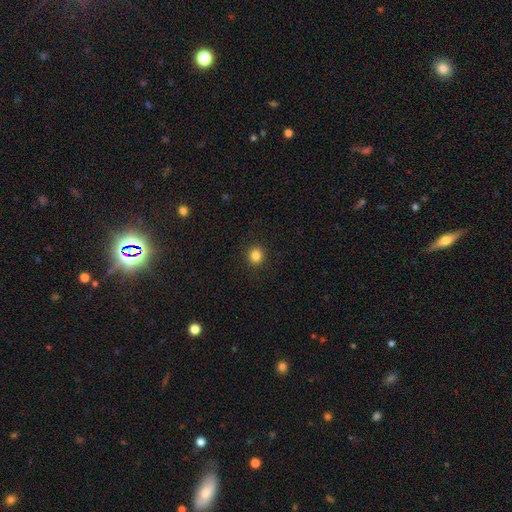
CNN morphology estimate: A smooth galaxy with no disk features (84%) that is round (89%).

Vote fractions:
- Smooth or featured? smooth: 84% / star or artifact: 12% / featured or disk: 4%
- How rounded? round: 89% / in between: 10% / cigar-shaped: 1%
- Merging? none: 92% / minor disturbance: 5% / major disturbance: 2% / merger: 1%